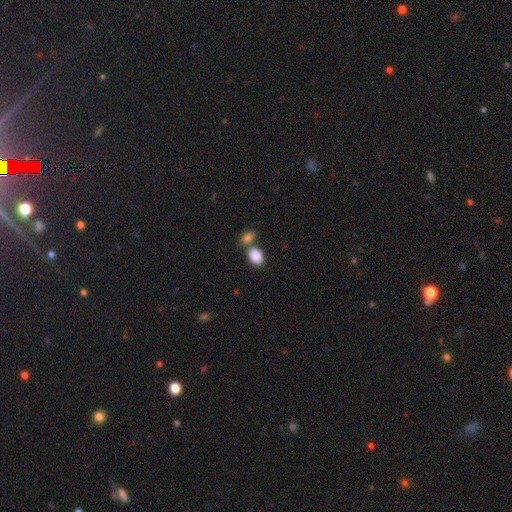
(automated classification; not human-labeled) smooth_or_featured: smooth (p=0.88) [alt: star or artifact p=0.08]
how_rounded: in between (p=0.78) [alt: round p=0.21]
merging: none (p=0.52) [alt: merger p=0.33]